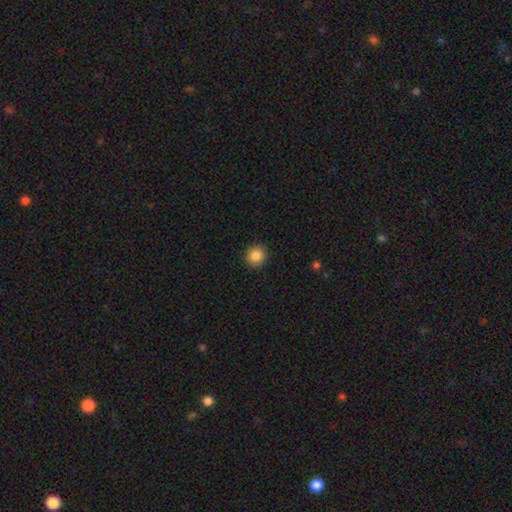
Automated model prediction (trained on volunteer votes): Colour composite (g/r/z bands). It shows a smooth galaxy with no disk features (87%) that is round (90%). Merging: none (92%).